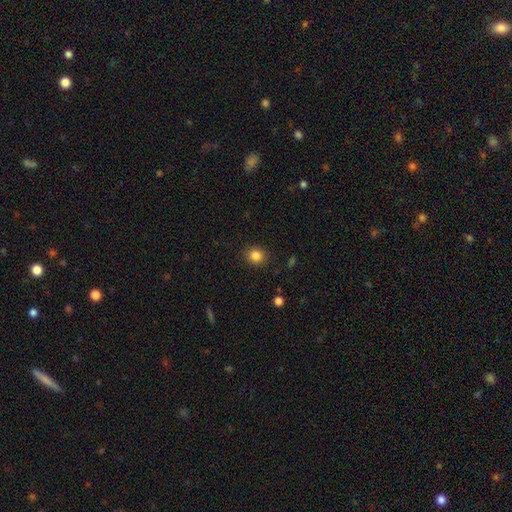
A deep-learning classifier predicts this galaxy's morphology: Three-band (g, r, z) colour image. It shows a smooth galaxy with no disk features (84%) that is round (87%). Merging: none (90%).